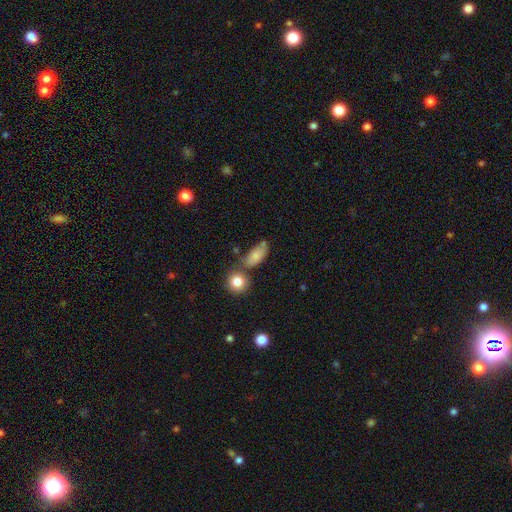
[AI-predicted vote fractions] Overall: smooth (81%). How rounded: in between (81%). Merging: none (55%; minor disturbance 20%).